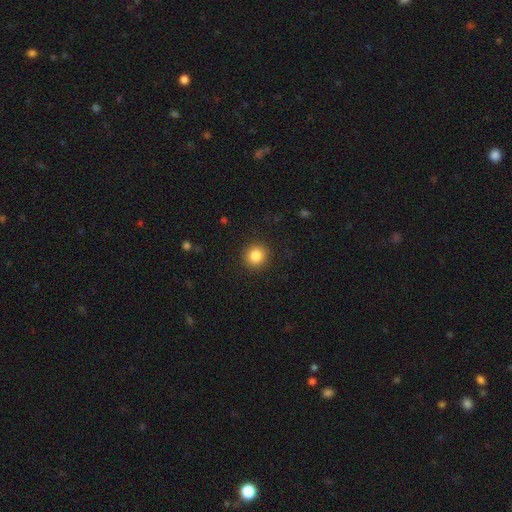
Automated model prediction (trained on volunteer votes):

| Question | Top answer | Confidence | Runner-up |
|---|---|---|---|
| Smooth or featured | smooth | 85% | star or artifact (10%) |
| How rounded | round | 91% | in between (8%) |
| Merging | none | 91% | minor disturbance (6%) |